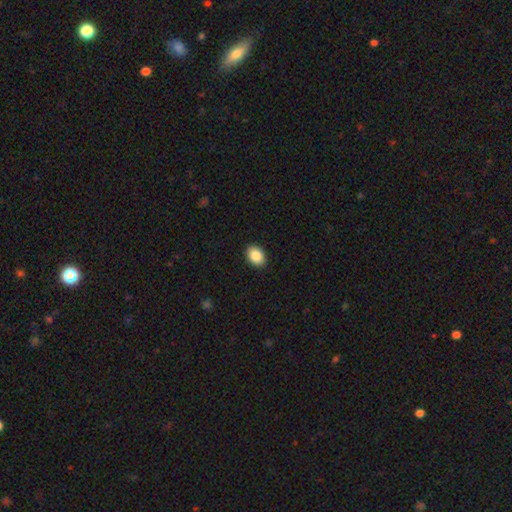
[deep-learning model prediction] Morphology: type=smooth (87%); roundness=in between (72%); merging=none (91%).